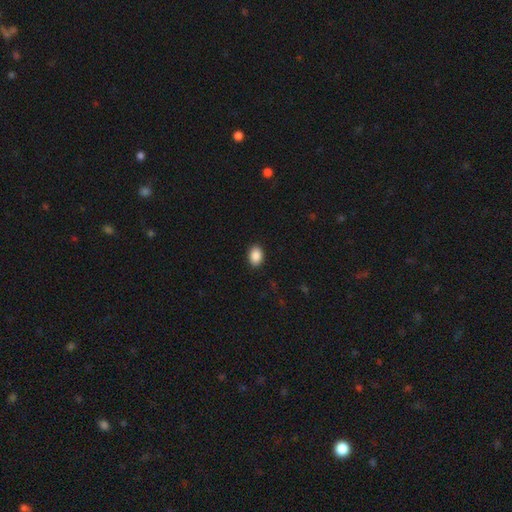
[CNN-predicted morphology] This is clearly a smooth galaxy (89%). How rounded: likely in between (79%). Merging: clearly none (90%).